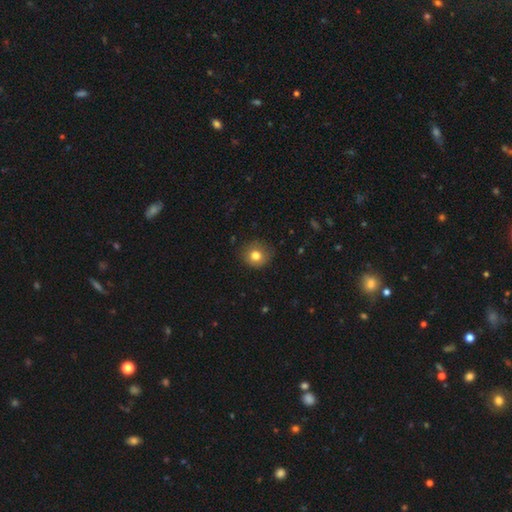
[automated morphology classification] Smooth or featured? Predicted: smooth (p=0.78). How rounded? Predicted: round (p=0.85). Merging? Predicted: none (p=0.81).